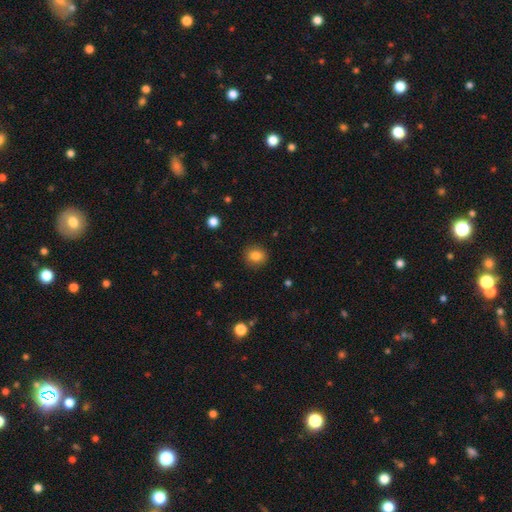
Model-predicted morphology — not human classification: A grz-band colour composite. It shows a smooth galaxy with no disk features (84%) that is round (76%). Merging: none (88%).